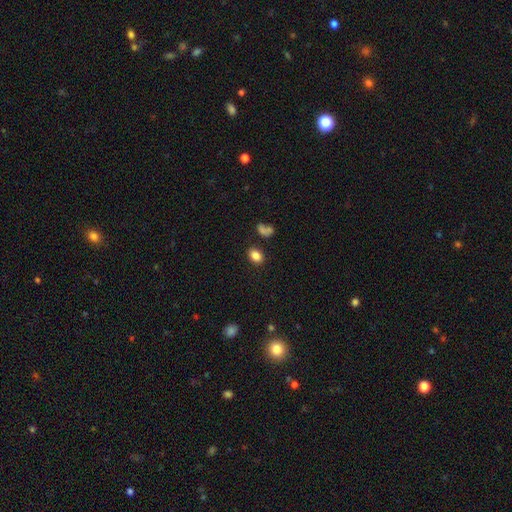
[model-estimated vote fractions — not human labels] A smooth galaxy with no disk features (84%) that is in between round and cigar-shaped (72%).

Vote fractions:
- Smooth or featured? smooth: 84% / star or artifact: 10% / featured or disk: 5%
- How rounded? in between: 72% / round: 26% / cigar-shaped: 1%
- Merging? none: 82% / minor disturbance: 10% / merger: 5% / major disturbance: 3%